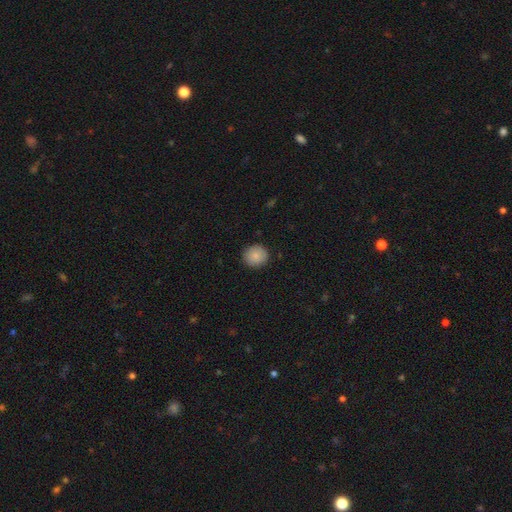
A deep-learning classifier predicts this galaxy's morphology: Smooth or featured? Predicted: smooth (p=0.87). How rounded? Predicted: round (p=0.89). Merging? Predicted: none (p=0.90).